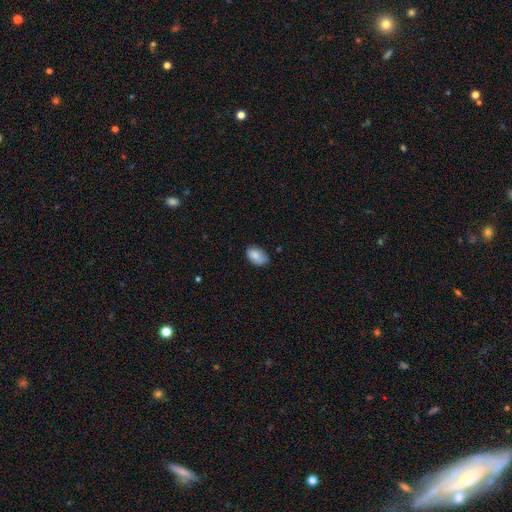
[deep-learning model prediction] Smooth or featured?
  - smooth: 84% *
  - featured or disk: 9%
  - star or artifact: 7%
How rounded?
  - in between: 90% *
  - round: 9%
  - cigar-shaped: 1%
Merging?
  - none: 68% *
  - minor disturbance: 26%
  - major disturbance: 5%
  - merger: 1%